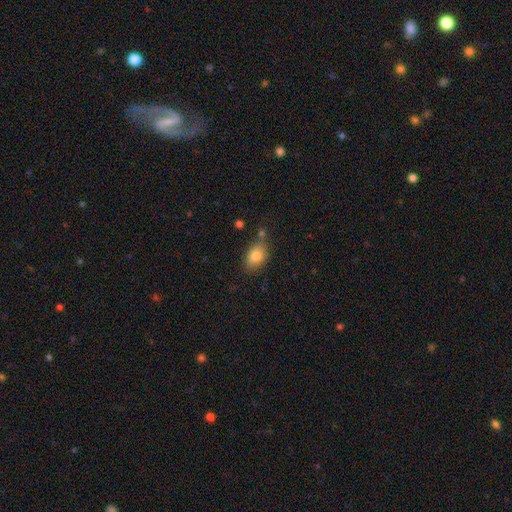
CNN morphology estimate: Smooth or featured? Predicted: smooth (p=0.83). How rounded? Predicted: in between (p=0.81). Merging? Predicted: none (p=0.71).